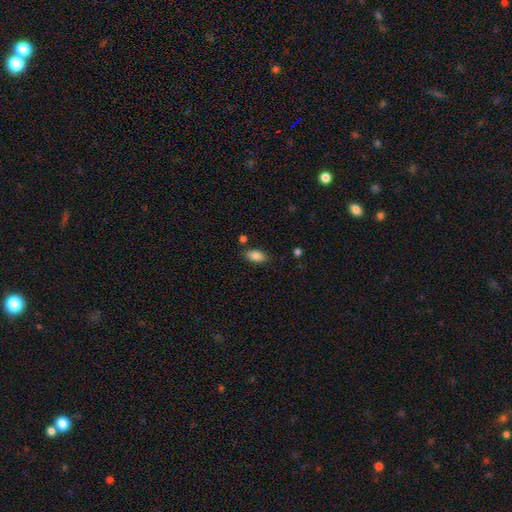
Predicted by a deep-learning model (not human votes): Smooth or featured: smooth — 86% (star or artifact — 8%)
How rounded: in between — 91% (cigar-shaped — 5%)
Merging: none — 81% (minor disturbance — 12%)